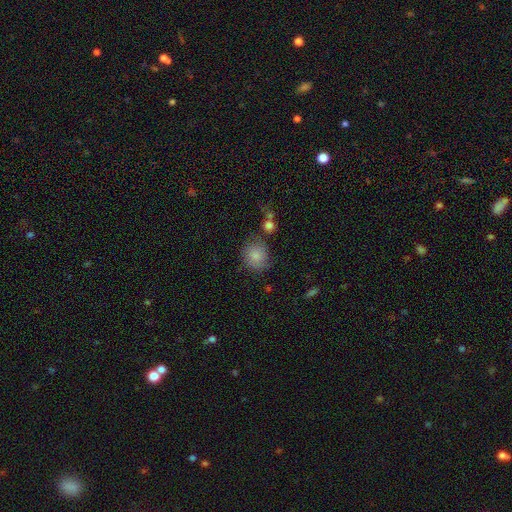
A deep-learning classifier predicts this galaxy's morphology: Overall: smooth (75%). How rounded: round (80%). Merging: none (58%; minor disturbance 25%).